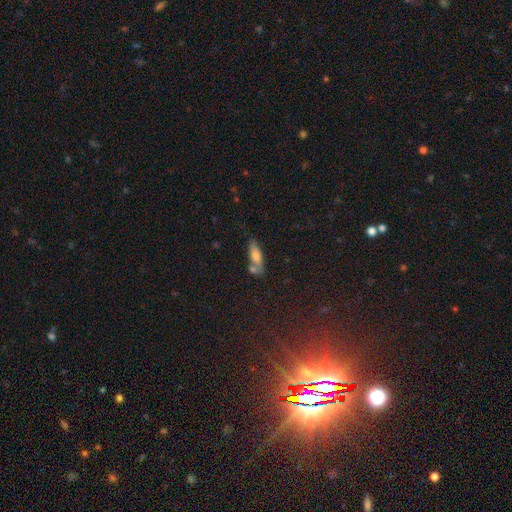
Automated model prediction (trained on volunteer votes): The model was most divided on "how rounded": cigar-shaped: 52%, in between: 45%, round: 3%. More confident: smooth or featured — smooth (68%); merging — none (56%).